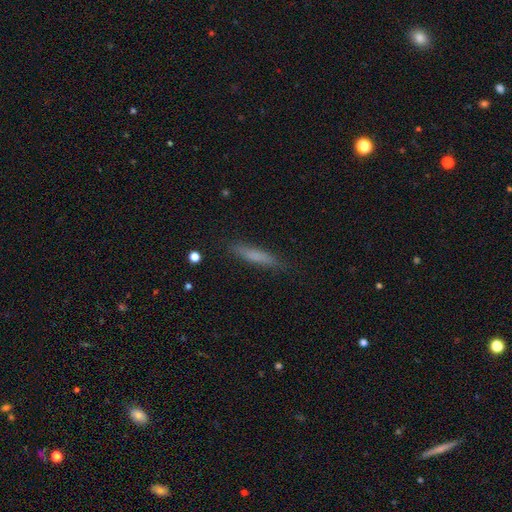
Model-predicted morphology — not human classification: Smooth or featured? Predicted: smooth (p=0.70). How rounded? Predicted: cigar-shaped (p=0.90). Merging? Predicted: none (p=0.86).